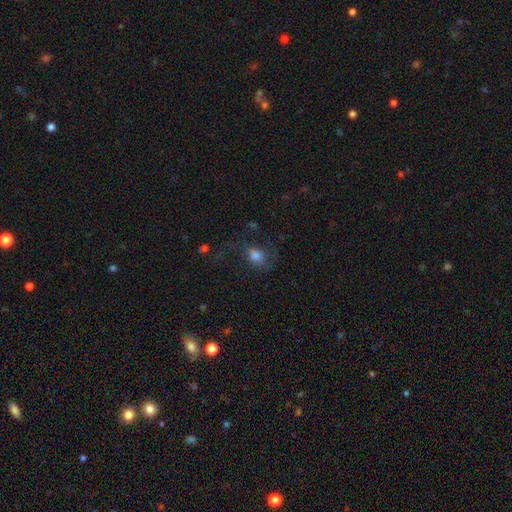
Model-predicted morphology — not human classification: type=smooth (71%); roundness=round (49%, tied with in between); merging=none (48%).